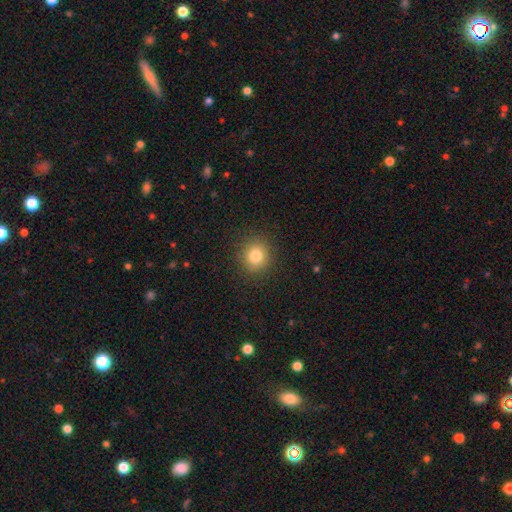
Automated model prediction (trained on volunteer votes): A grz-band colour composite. It shows a smooth galaxy with no disk features (80%) that is round (88%). Merging: none (89%).